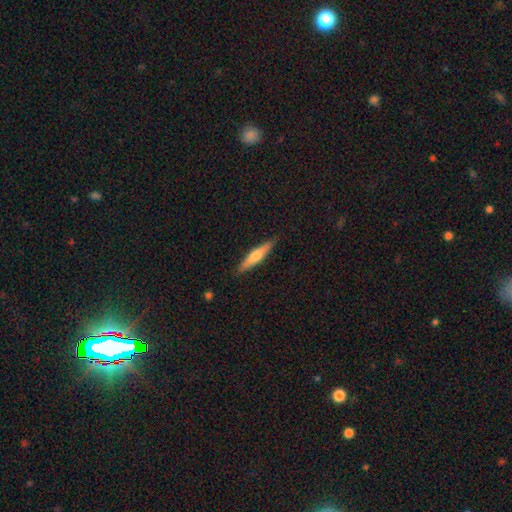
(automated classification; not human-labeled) Smooth or featured?
  - smooth: 48% *
  - featured or disk: 46%
  - star or artifact: 5%
Merging?
  - none: 89% *
  - minor disturbance: 8%
  - major disturbance: 2%
  - merger: 1%